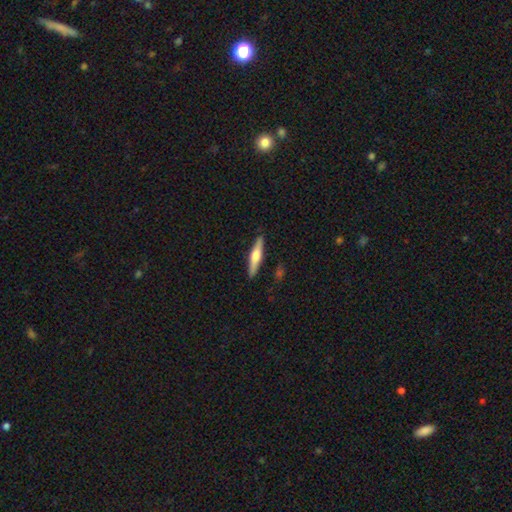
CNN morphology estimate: Smooth or featured?
  - featured or disk: 48% *
  - smooth: 47%
  - star or artifact: 5%
Merging?
  - none: 89% *
  - minor disturbance: 8%
  - major disturbance: 2%
  - merger: 1%